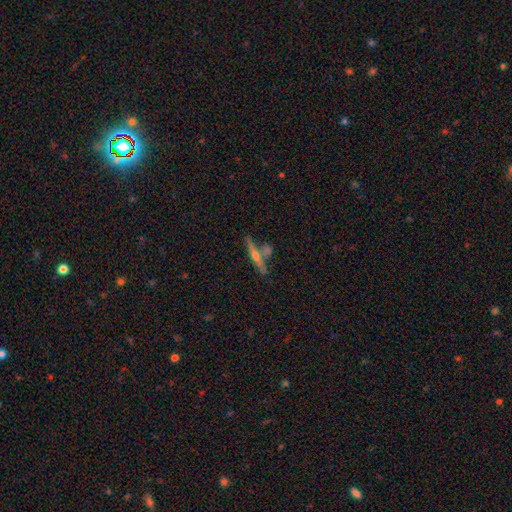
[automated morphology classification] Smooth or featured? featured or disk (70%)
Edge-on disk? yes (96%)
Edge-on bulge? rounded (84%)
Merging? none (73%)